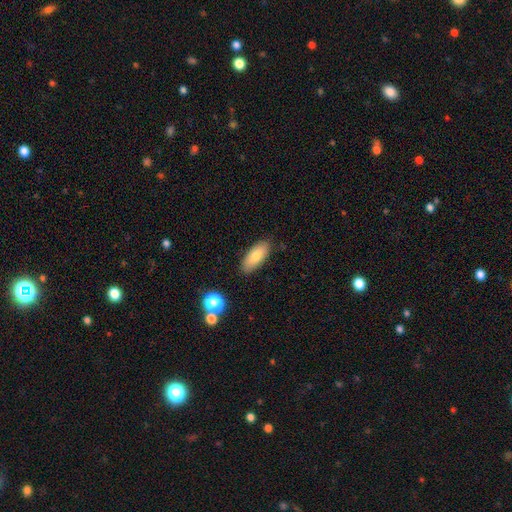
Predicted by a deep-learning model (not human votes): Overall: smooth (76%). How rounded: in between (80%). Merging: none (86%).